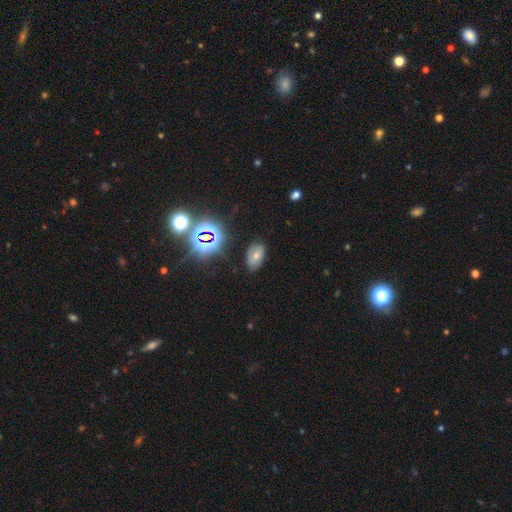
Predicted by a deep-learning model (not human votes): smooth-or-featured: star or artifact: 44% | smooth: 36% | featured or disk: 20%